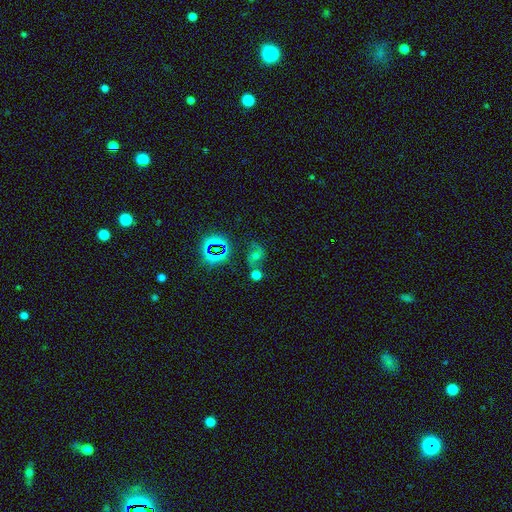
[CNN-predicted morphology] Smooth or featured? star or artifact (43%)